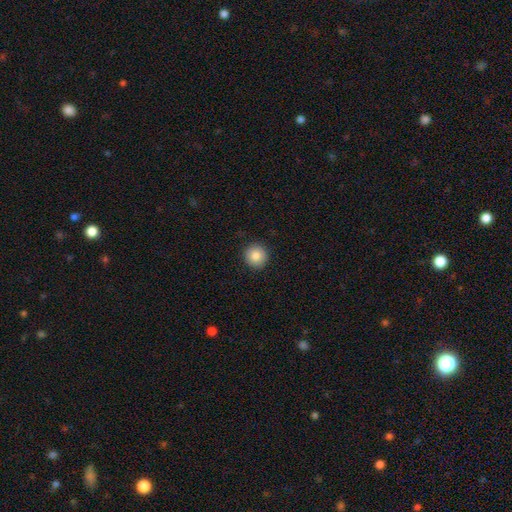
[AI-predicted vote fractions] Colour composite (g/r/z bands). It shows a smooth galaxy with no disk features (85%) that is round (94%). Merging: none (92%).